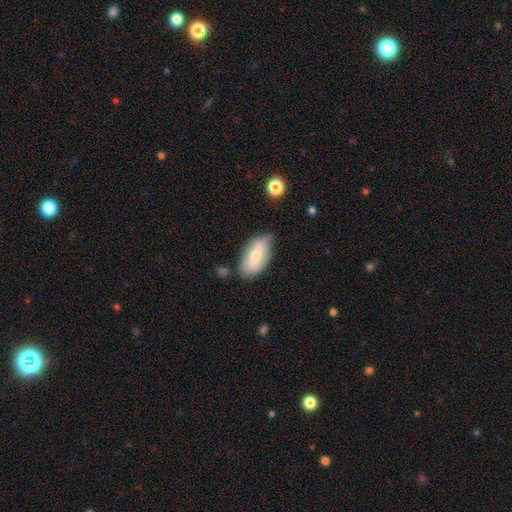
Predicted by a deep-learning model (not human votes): Q: Smooth or featured?
A: smooth (55%); runner-up: featured or disk (39%)
Q: How rounded?
A: in between (90%); runner-up: cigar-shaped (7%)
Q: Merging?
A: none (69%); runner-up: minor disturbance (22%)